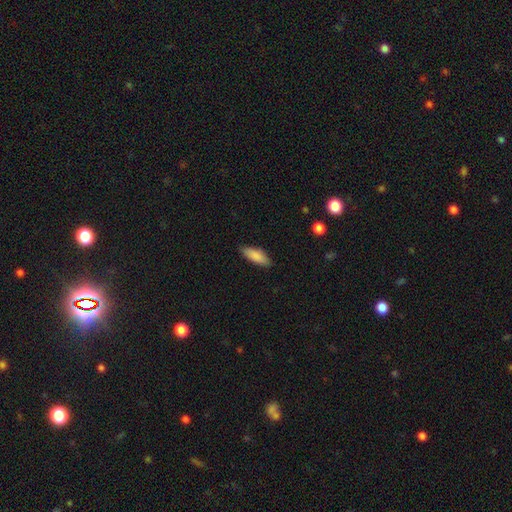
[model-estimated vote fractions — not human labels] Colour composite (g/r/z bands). It shows a smooth galaxy with no disk features (87%) that is in between round and cigar-shaped (66%). Merging: none (85%).